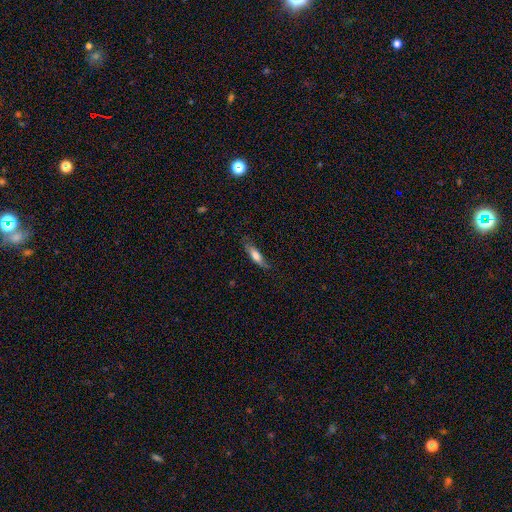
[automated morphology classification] Q: Smooth or featured?
A: smooth (66%); runner-up: featured or disk (28%)
Q: How rounded?
A: cigar-shaped (64%); runner-up: in between (34%)
Q: Merging?
A: none (68%); runner-up: minor disturbance (24%)